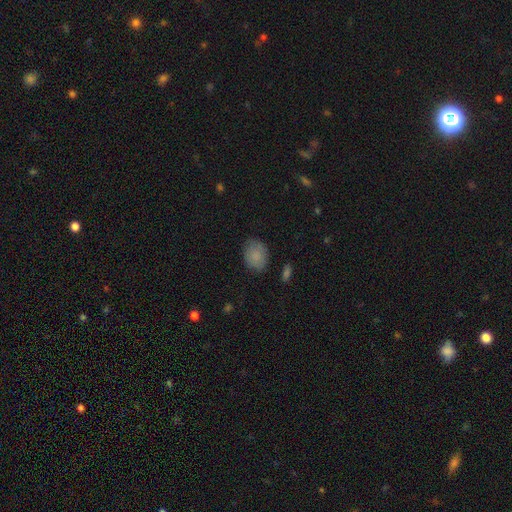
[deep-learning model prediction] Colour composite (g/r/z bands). It shows a smooth galaxy with no disk features (86%) that is in between round and cigar-shaped (63%). Merging: none (76%).